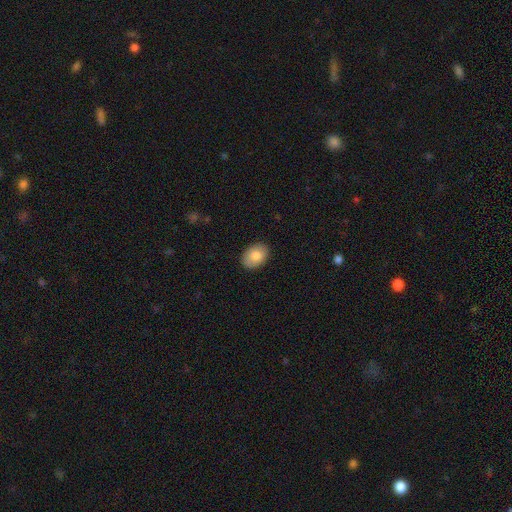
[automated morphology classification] This appears to be a smooth galaxy with no disk features (81%) that is in between round and cigar-shaped (78%). Merging: none (87%).